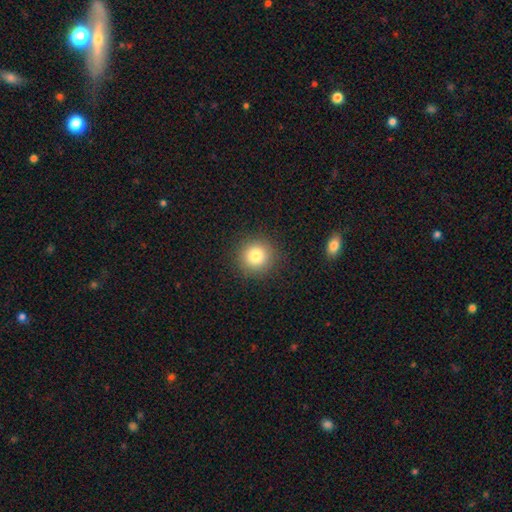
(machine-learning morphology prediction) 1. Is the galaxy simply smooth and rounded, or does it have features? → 81% smooth, 11% star or artifact, 8% featured or disk.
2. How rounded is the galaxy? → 94% round, 5% in between, 1% cigar-shaped.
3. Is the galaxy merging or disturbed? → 91% none, 6% minor disturbance, 2% major disturbance, 1% merger.